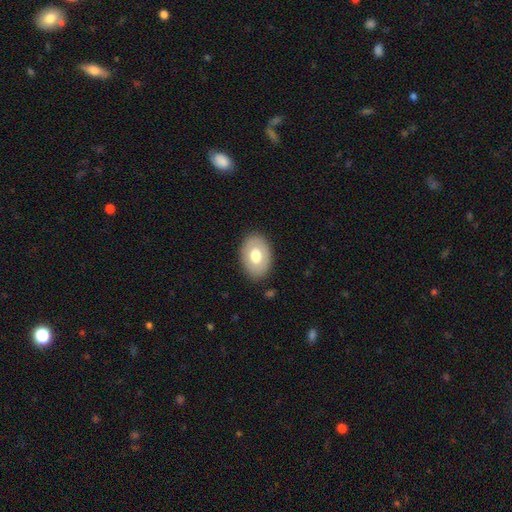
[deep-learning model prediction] Overall: smooth (65%; featured or disk 29%). How rounded: in between (81%). Merging: none (85%).